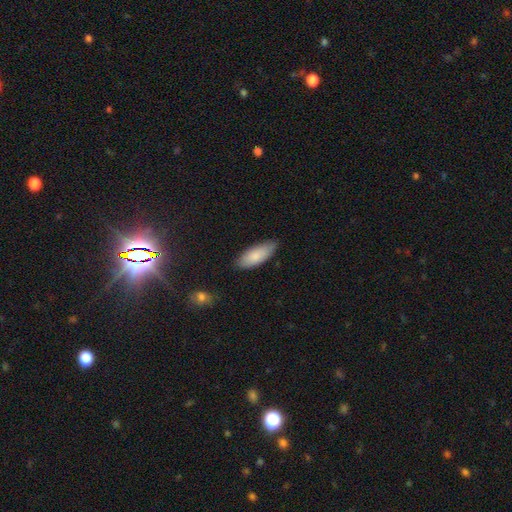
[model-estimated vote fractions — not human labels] This is clearly a smooth galaxy (84%). How rounded: likely in between (75%). Merging: clearly none (80%).